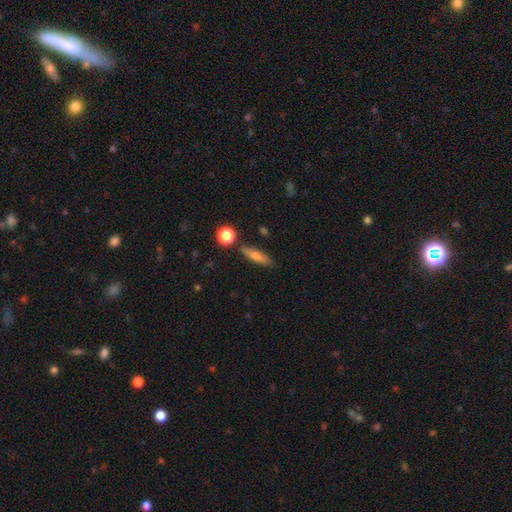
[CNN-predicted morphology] type=smooth (63%); roundness=cigar-shaped (70%); merging=none (84%).